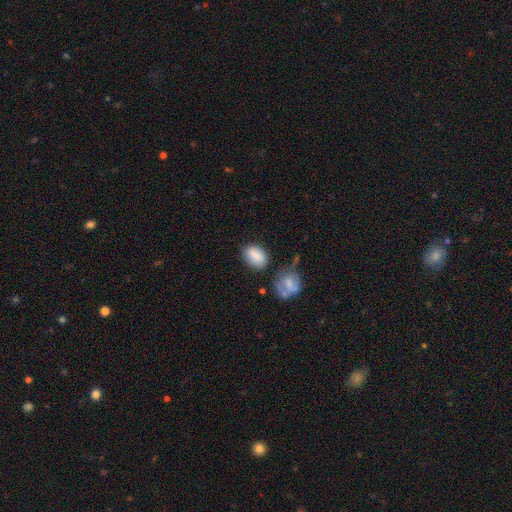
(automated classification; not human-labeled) A smooth galaxy with no disk features (84%) that is in between round and cigar-shaped (81%).

Vote fractions:
- Smooth or featured? smooth: 84% / featured or disk: 9% / star or artifact: 8%
- How rounded? in between: 81% / round: 17% / cigar-shaped: 2%
- Merging? none: 66% / minor disturbance: 19% / merger: 9% / major disturbance: 6%